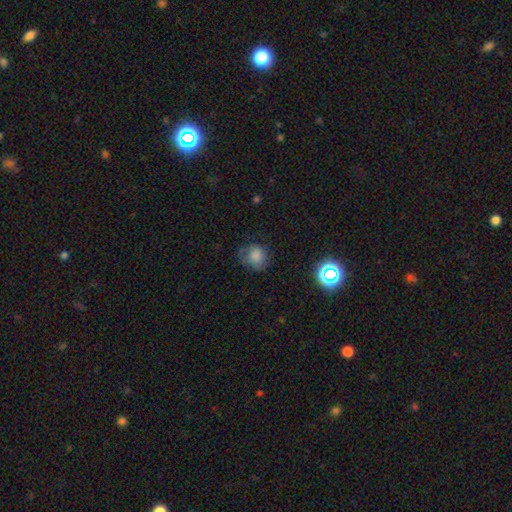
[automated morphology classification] A smooth galaxy with no disk features (77%) that is round (75%).

Vote fractions:
- Smooth or featured? smooth: 77% / star or artifact: 12% / featured or disk: 11%
- How rounded? round: 75% / in between: 24% / cigar-shaped: 1%
- Merging? none: 59% / minor disturbance: 27% / major disturbance: 12% / merger: 2%